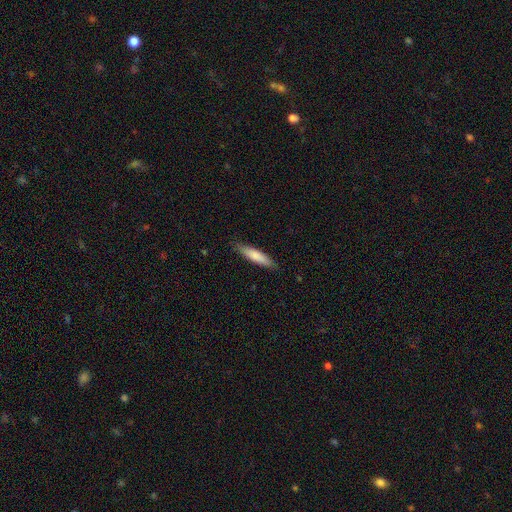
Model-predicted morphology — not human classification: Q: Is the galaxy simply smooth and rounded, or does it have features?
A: smooth — 77%.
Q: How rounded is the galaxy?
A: cigar-shaped — 82%.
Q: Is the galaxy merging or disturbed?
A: none — 86%.